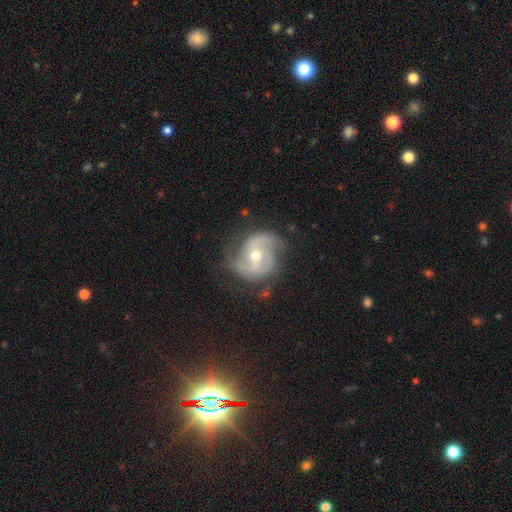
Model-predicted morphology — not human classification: A featured or disk galaxy (86%) with no bar (45%), 2 (66%) medium (48%) spiral arms (96%) and a moderate central bulge (66%). Merging: none (70%).